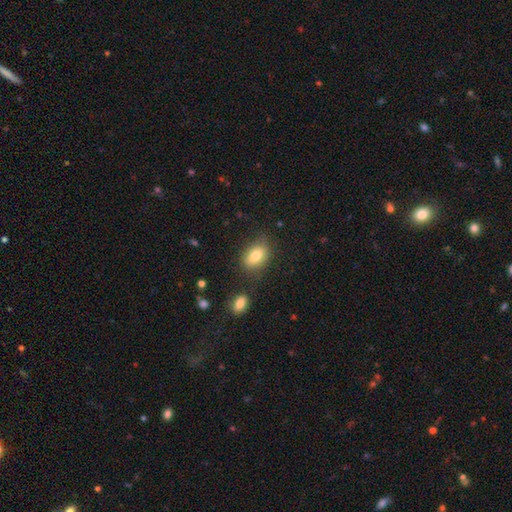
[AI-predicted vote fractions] A smooth galaxy with no disk features (80%) that is in between round and cigar-shaped (83%). Merging: none (75%).